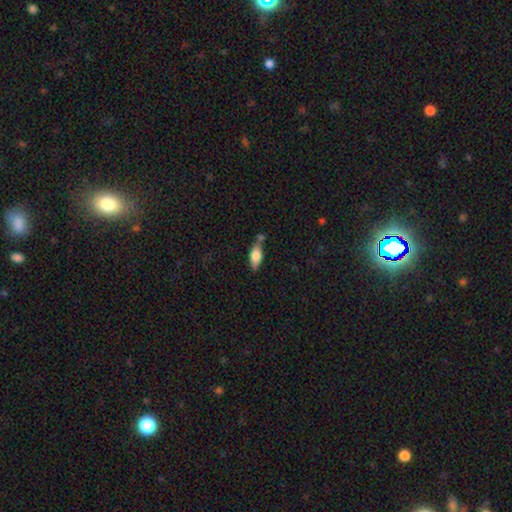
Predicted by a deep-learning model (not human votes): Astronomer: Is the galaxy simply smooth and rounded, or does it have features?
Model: smooth — 65%.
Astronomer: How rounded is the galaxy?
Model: in between — 73%.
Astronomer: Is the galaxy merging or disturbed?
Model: none — 59%.